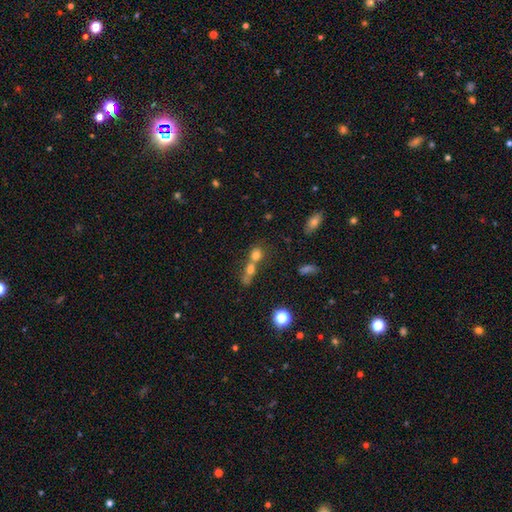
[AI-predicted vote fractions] The model was most divided on "merging": merger: 61%, none: 28%, minor disturbance: 6%, major disturbance: 5%. More confident: smooth or featured — smooth (69%); how rounded — round (66%).